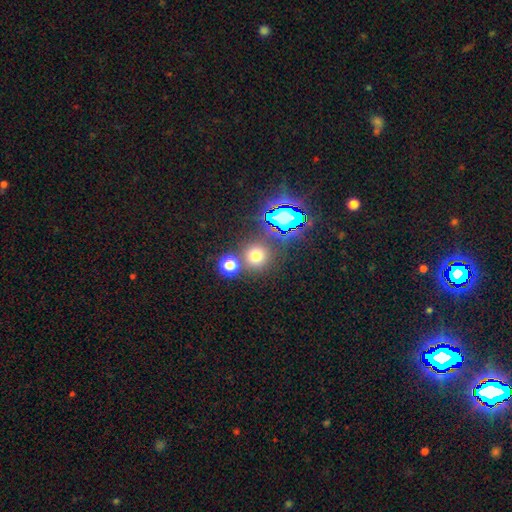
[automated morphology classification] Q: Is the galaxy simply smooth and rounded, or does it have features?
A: smooth — 64%.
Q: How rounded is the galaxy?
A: round — 91%.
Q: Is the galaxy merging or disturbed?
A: none — 75%.